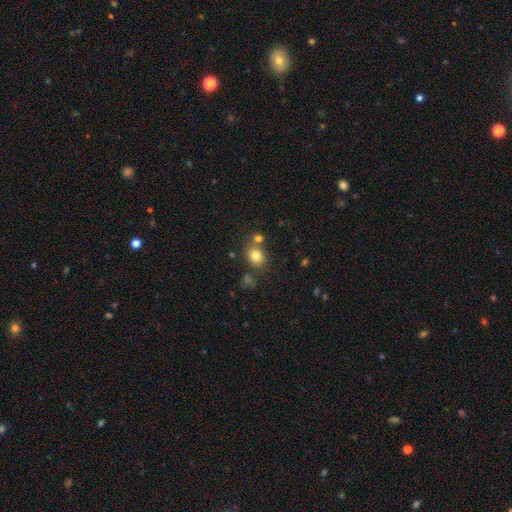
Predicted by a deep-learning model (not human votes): Overall: smooth (81%). How rounded: round (57%; in between 42%). Merging: none (68%).